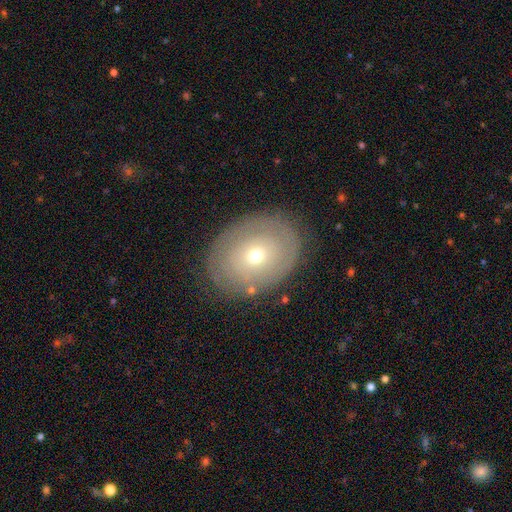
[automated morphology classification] A featured or disk galaxy (48%). Merging: none (81%).